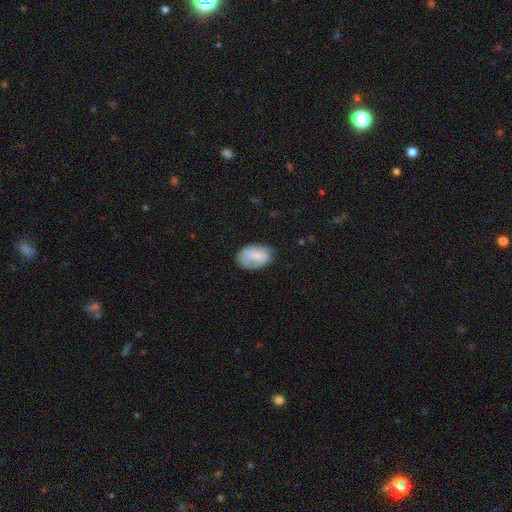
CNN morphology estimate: Q: Smooth or featured?
A: smooth (68%); runner-up: featured or disk (25%)
Q: How rounded?
A: in between (86%); runner-up: round (13%)
Q: Merging?
A: none (64%); runner-up: minor disturbance (26%)